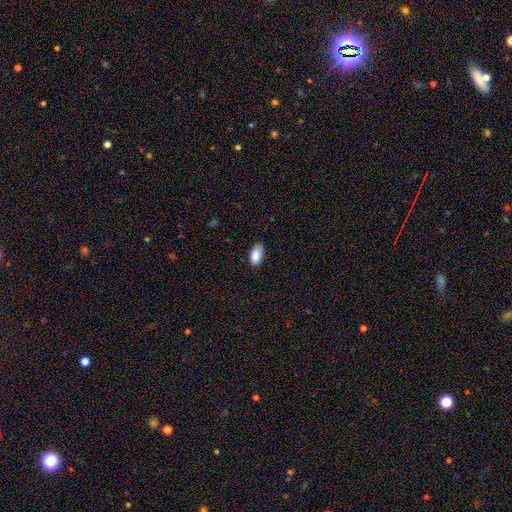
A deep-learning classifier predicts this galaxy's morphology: This is clearly a smooth galaxy (88%). How rounded: clearly in between (94%). Merging: likely none (77%).